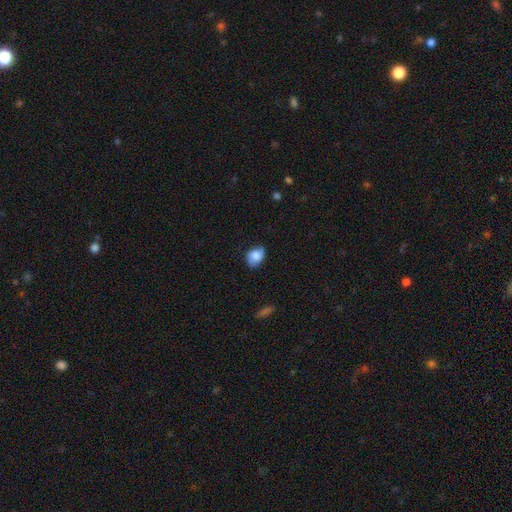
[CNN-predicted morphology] A smooth galaxy with no disk features (77%) that is in between round and cigar-shaped (65%). Merging: none (65%).